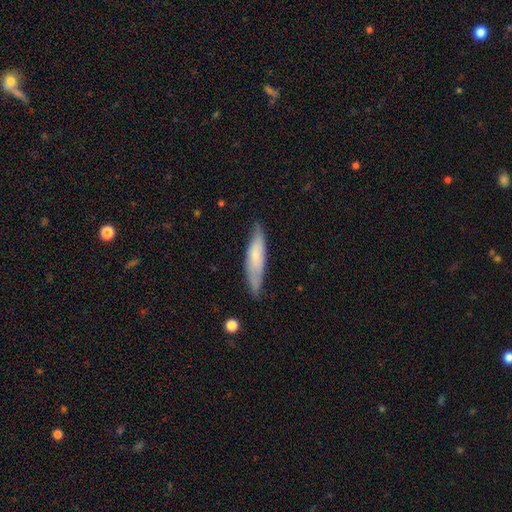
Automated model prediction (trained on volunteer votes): smooth-or-featured: smooth: 58% | featured or disk: 36% | star or artifact: 6%
  how-rounded: cigar-shaped: 78% | in between: 21% | round: 2%
  merging: none: 75% | minor disturbance: 20% | major disturbance: 3% | merger: 2%